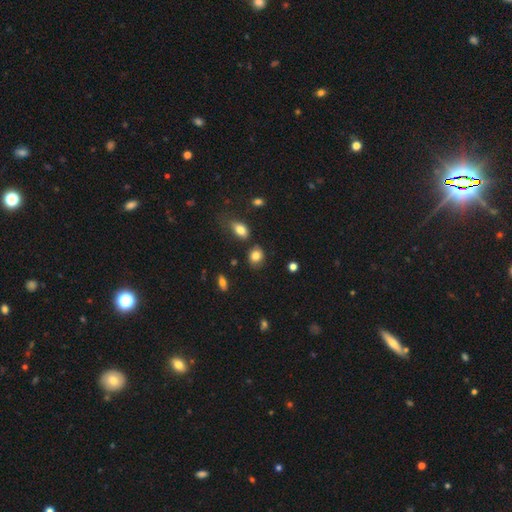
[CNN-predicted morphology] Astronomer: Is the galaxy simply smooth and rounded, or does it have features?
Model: smooth — 83%.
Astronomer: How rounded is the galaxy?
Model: round — 51% (runner-up: in between, 47%).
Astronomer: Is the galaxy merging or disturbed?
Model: none — 73%.